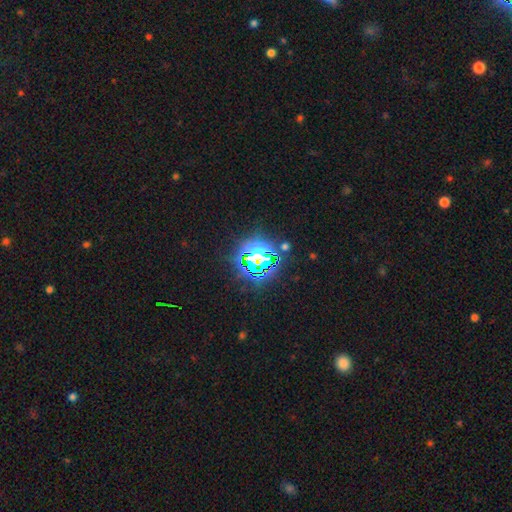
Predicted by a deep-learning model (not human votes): Smooth or featured: star or artifact — 74% (smooth — 16%)